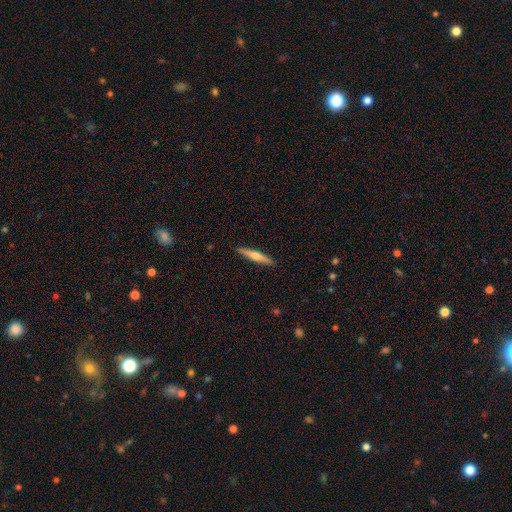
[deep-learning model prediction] Morphology: type=featured or disk (53%); edge-on=yes (96%); edge-on bulge=rounded (86%); merging=none (91%).